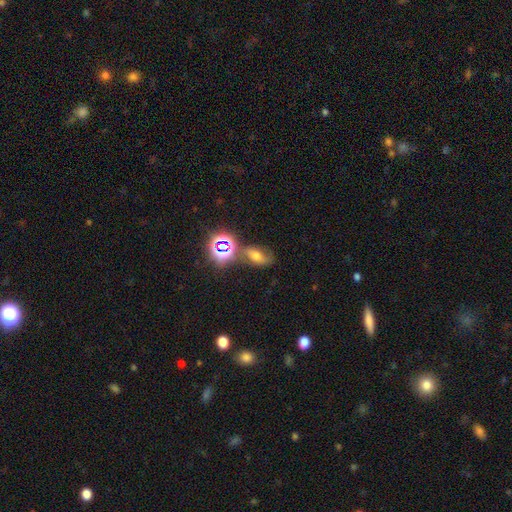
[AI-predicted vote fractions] smooth 44%, star or artifact 31%, featured or disk 25%. Down the decision tree: merging — none (58%).